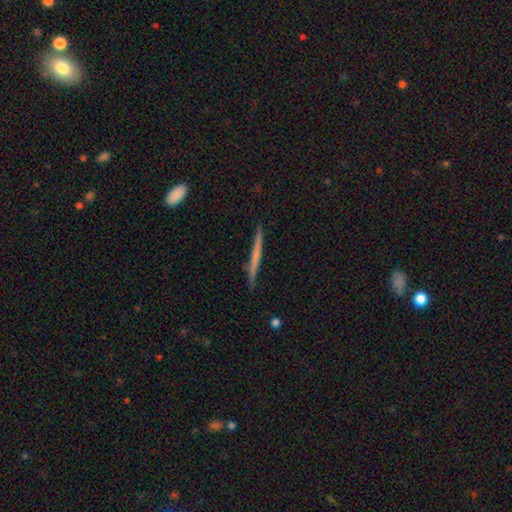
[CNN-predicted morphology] Overall: featured or disk (47%, tied with smooth). Merging: none (89%).